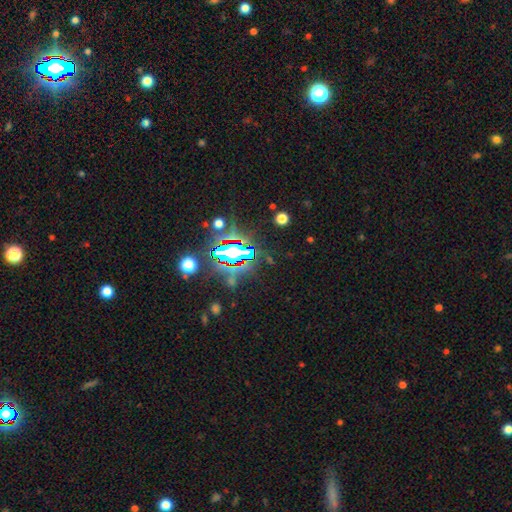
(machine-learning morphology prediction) The model was most divided on "smooth or featured": star or artifact: 81%, smooth: 11%, featured or disk: 8%.